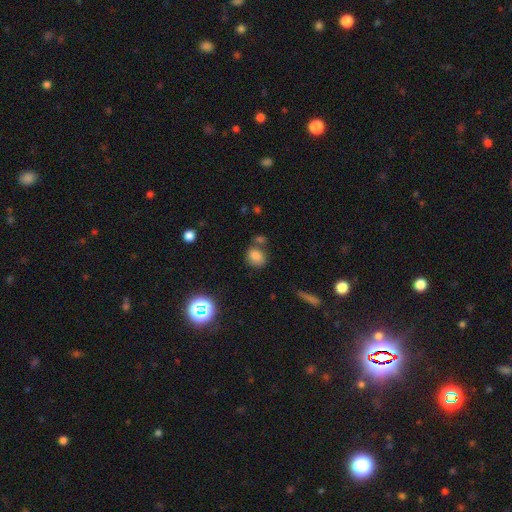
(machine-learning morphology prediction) Q: Smooth or featured?
A: smooth (78%); runner-up: star or artifact (15%)
Q: How rounded?
A: in between (53%); runner-up: round (46%)
Q: Merging?
A: none (64%); runner-up: merger (16%)